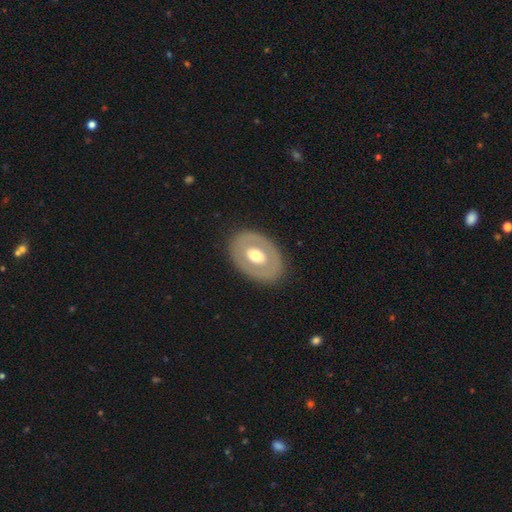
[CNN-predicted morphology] Smooth or featured? Predicted: featured or disk (p=0.50). Merging? Predicted: none (p=0.84).